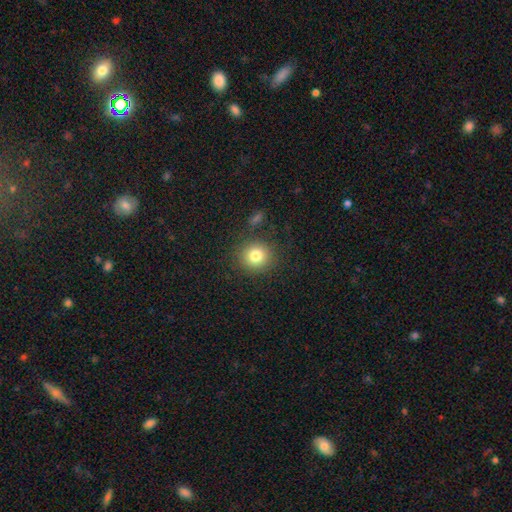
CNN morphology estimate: smooth-or-featured: smooth: 81% | star or artifact: 11% | featured or disk: 8%
  how-rounded: round: 89% | in between: 10% | cigar-shaped: 1%
  merging: none: 85% | minor disturbance: 8% | major disturbance: 3% | merger: 3%